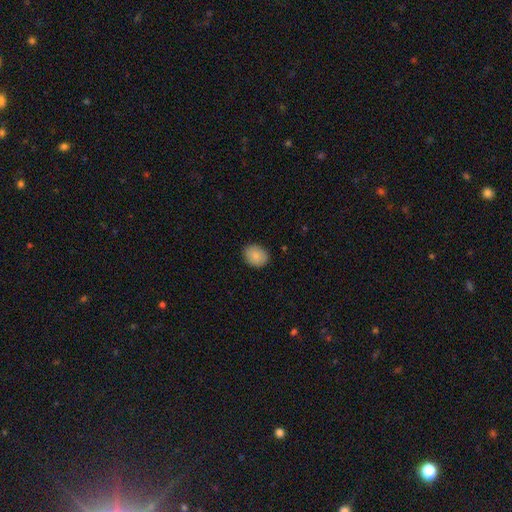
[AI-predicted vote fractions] Smooth or featured? Predicted: smooth (p=0.87). How rounded? Predicted: in between (p=0.52). Merging? Predicted: none (p=0.87).